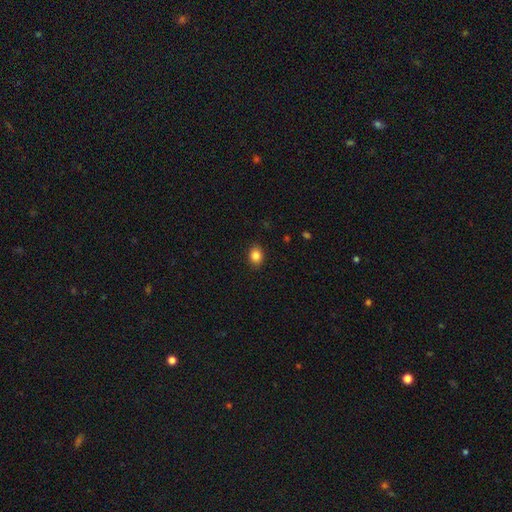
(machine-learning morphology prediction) smooth_or_featured: smooth (p=0.85) [alt: star or artifact p=0.10]
how_rounded: in between (p=0.53) [alt: round p=0.46]
merging: none (p=0.89) [alt: minor disturbance p=0.08]